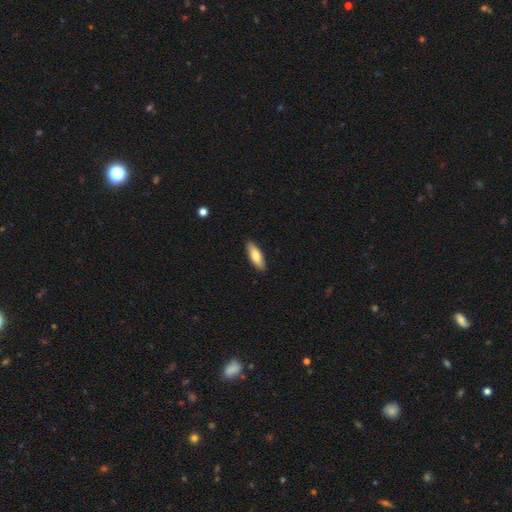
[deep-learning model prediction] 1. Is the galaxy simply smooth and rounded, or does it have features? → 80% smooth, 15% featured or disk, 5% star or artifact.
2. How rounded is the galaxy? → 62% in between, 36% cigar-shaped, 2% round.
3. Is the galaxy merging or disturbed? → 89% none, 8% minor disturbance, 2% major disturbance, 1% merger.